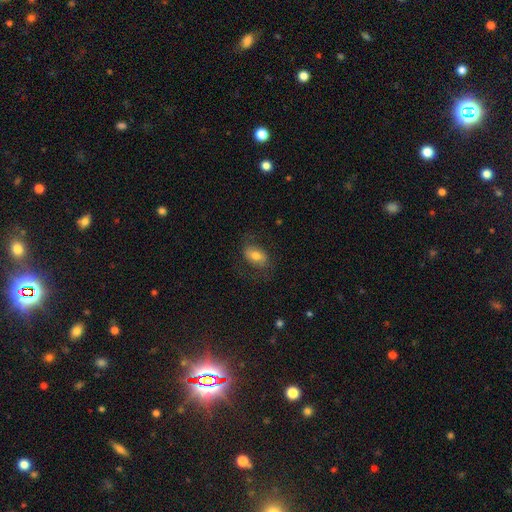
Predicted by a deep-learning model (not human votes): A smooth galaxy with no disk features (60%) that is in between round and cigar-shaped (85%).

Vote fractions:
- Smooth or featured? smooth: 60% / featured or disk: 32% / star or artifact: 8%
- How rounded? in between: 85% / round: 13% / cigar-shaped: 2%
- Merging? none: 69% / minor disturbance: 17% / major disturbance: 13% / merger: 1%